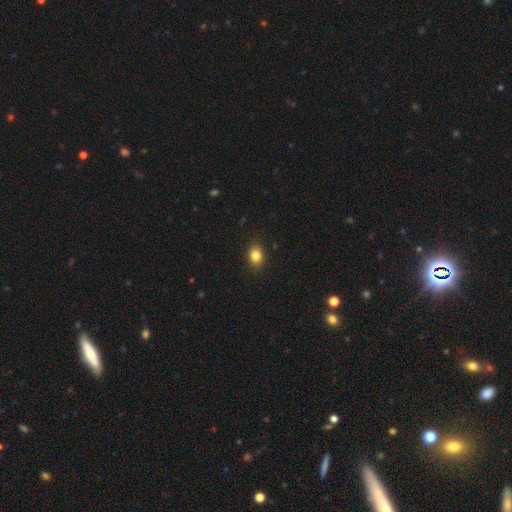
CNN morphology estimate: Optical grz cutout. It shows a smooth galaxy with no disk features (83%) that is in between round and cigar-shaped (61%). Merging: none (88%).